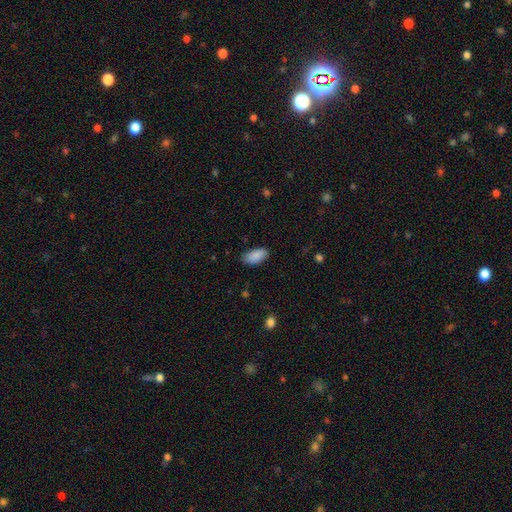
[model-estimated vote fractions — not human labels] Overall: smooth (90%). How rounded: in between (93%). Merging: none (83%).